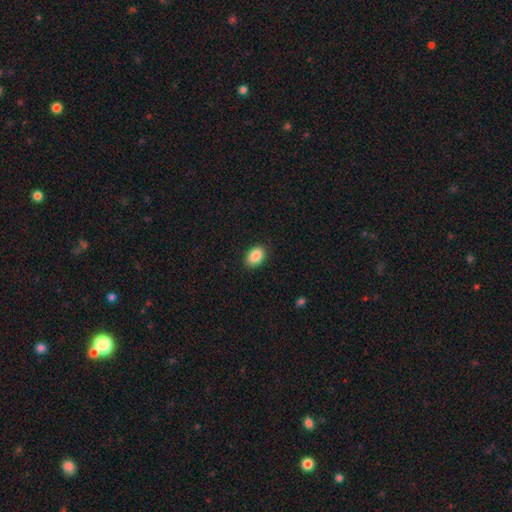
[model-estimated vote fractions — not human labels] smooth 88%, star or artifact 7%, featured or disk 4%. Down the decision tree: how rounded — in between (85%); merging — none (88%).